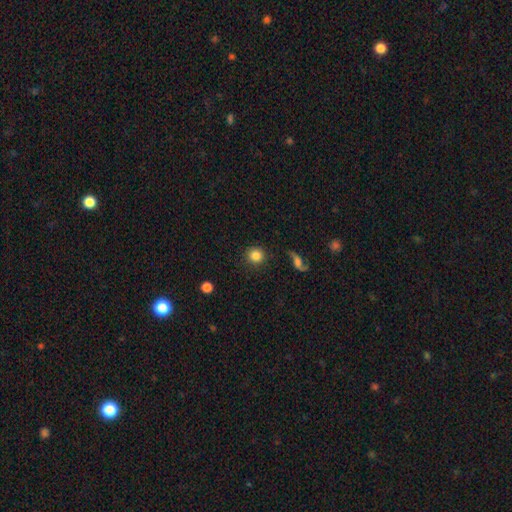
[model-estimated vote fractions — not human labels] A smooth galaxy with no disk features (84%) that is round (92%).

Vote fractions:
- Smooth or featured? smooth: 84% / star or artifact: 8% / featured or disk: 7%
- How rounded? round: 92% / in between: 7% / cigar-shaped: 1%
- Merging? none: 88% / minor disturbance: 7% / major disturbance: 3% / merger: 2%